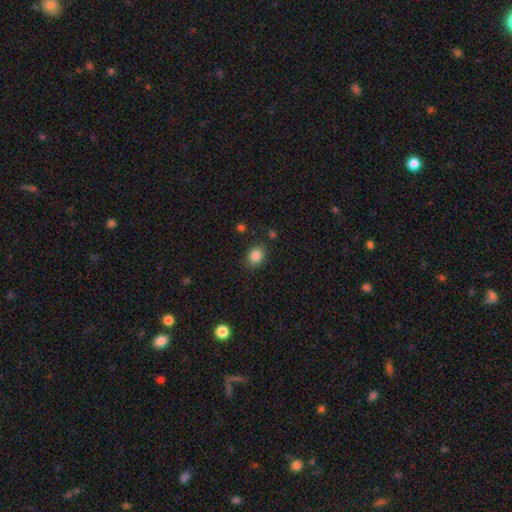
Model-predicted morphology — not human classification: smooth 86%, star or artifact 10%, featured or disk 5%. Down the decision tree: how rounded — in between (55%); merging — none (83%).